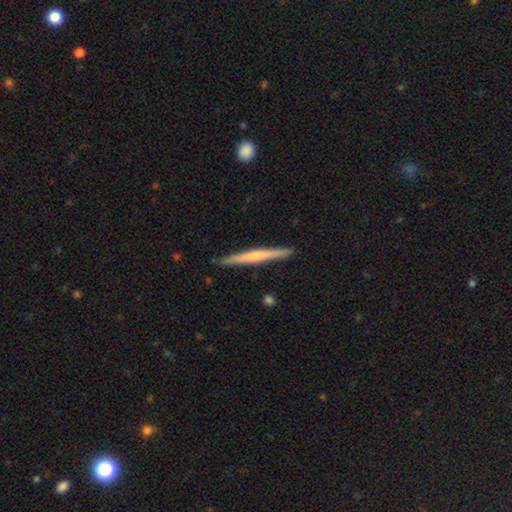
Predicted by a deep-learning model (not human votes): A featured or disk galaxy (61%) viewed edge-on (97%) with a rounded central bulge (55%). Merging: none (90%).